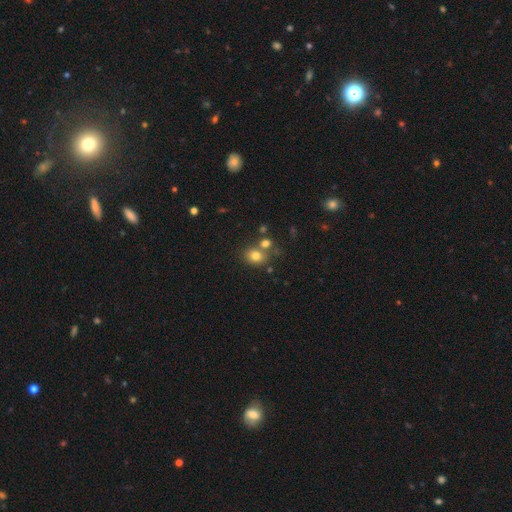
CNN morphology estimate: This is likely a smooth galaxy (77%). How rounded: possibly round (60%). Merging: possibly none (59%).